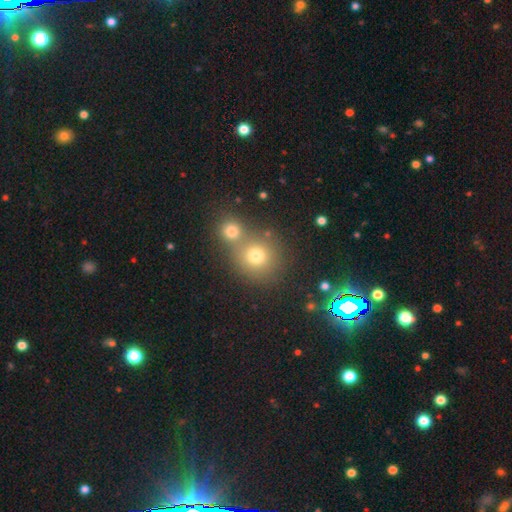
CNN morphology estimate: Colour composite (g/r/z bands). It shows a smooth galaxy with no disk features (74%) that is round (87%). Merging: none (48%).